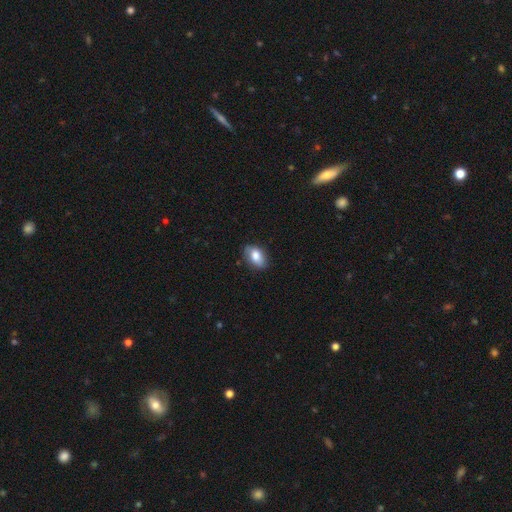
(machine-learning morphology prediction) The model was most divided on "merging": none: 73%, minor disturbance: 22%, major disturbance: 4%, merger: 1%. More confident: how rounded — in between (88%); smooth or featured — smooth (76%).